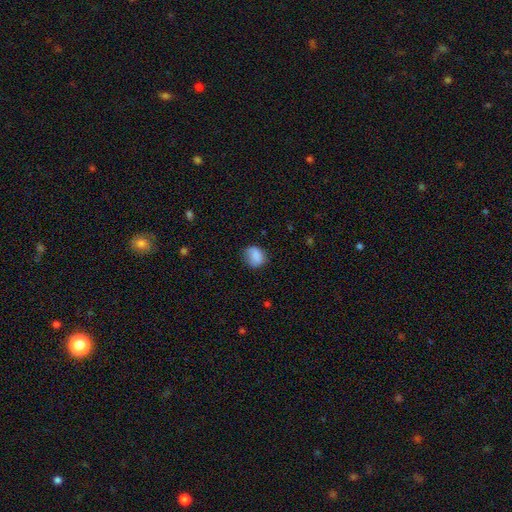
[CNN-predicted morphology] type=smooth (83%); roundness=round (66%); merging=none (67%).